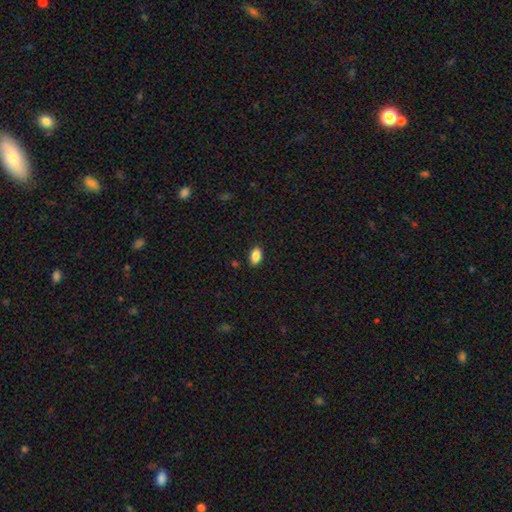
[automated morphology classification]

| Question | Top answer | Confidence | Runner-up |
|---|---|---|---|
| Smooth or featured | smooth | 87% | star or artifact (8%) |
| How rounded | in between | 91% | round (6%) |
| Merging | none | 88% | minor disturbance (9%) |